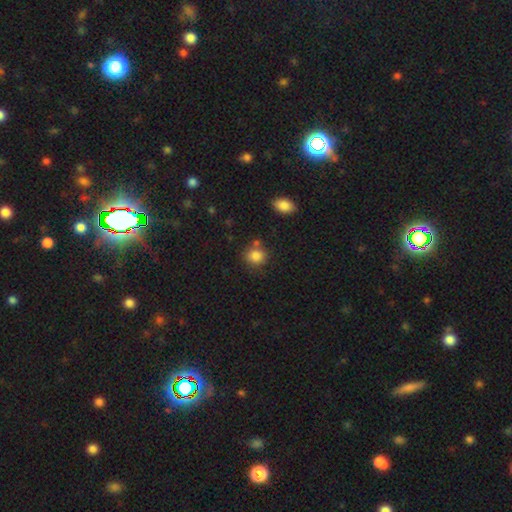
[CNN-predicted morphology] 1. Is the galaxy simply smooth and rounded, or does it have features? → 85% smooth, 10% star or artifact, 5% featured or disk.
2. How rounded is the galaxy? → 73% round, 26% in between, 1% cigar-shaped.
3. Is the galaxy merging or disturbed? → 69% none, 15% minor disturbance, 11% merger, 5% major disturbance.